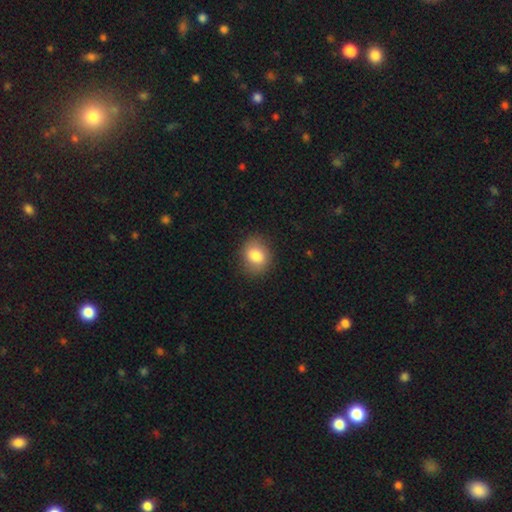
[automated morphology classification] The model was most divided on "how rounded": round: 52%, in between: 47%, cigar-shaped: 1%. More confident: merging — none (84%); smooth or featured — smooth (83%).